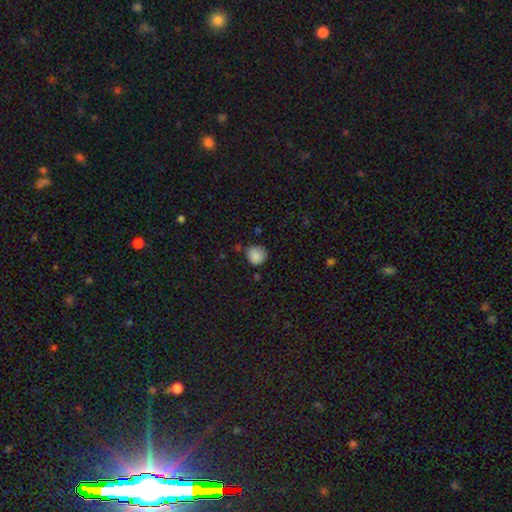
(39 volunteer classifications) A smooth galaxy with no disk features (95%) that is round (95%).

Vote fractions:
- Smooth or featured? smooth: 95% / featured or disk: 3% / star or artifact: 3%
- How rounded? round: 95% / in between: 5% / cigar-shaped: 0%
- Merging? none: 76% / minor disturbance: 13% / major disturbance: 5% / merger: 5%